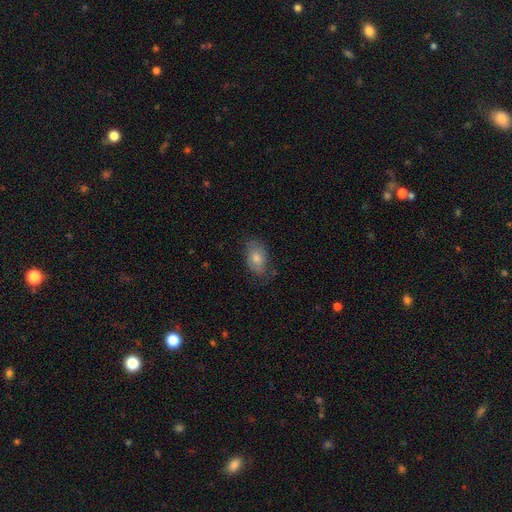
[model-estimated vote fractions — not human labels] A smooth galaxy with no disk features (62%) that is in between round and cigar-shaped (85%).

Vote fractions:
- Smooth or featured? smooth: 62% / featured or disk: 25% / star or artifact: 13%
- How rounded? in between: 85% / round: 13% / cigar-shaped: 2%
- Merging? none: 75% / minor disturbance: 19% / major disturbance: 5% / merger: 1%